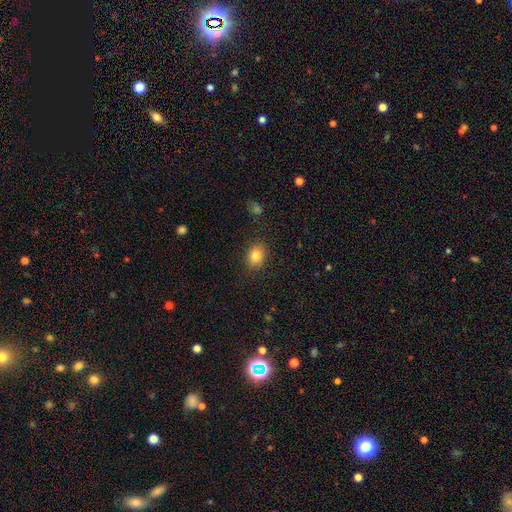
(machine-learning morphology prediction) Smooth or featured?
  - smooth: 82% *
  - star or artifact: 10%
  - featured or disk: 8%
How rounded?
  - in between: 56% *
  - round: 43%
  - cigar-shaped: 1%
Merging?
  - none: 87% *
  - minor disturbance: 9%
  - major disturbance: 3%
  - merger: 1%